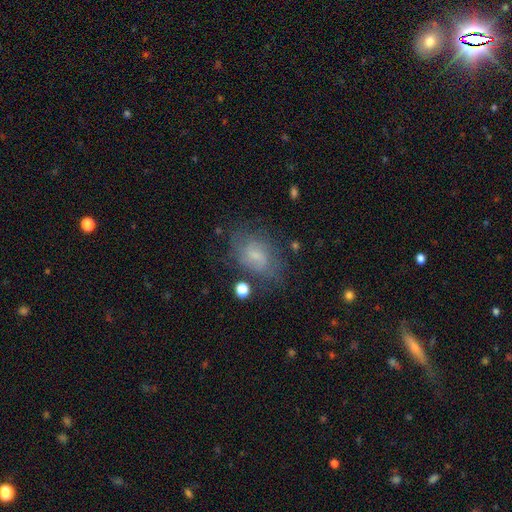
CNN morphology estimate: Smooth or featured? featured or disk (48%)
Merging? none (64%)